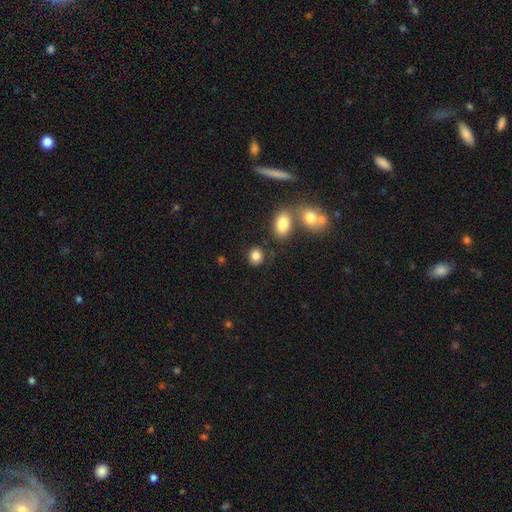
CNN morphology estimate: Smooth or featured? Predicted: smooth (p=0.84). How rounded? Predicted: round (p=0.66). Merging? Predicted: none (p=0.79).